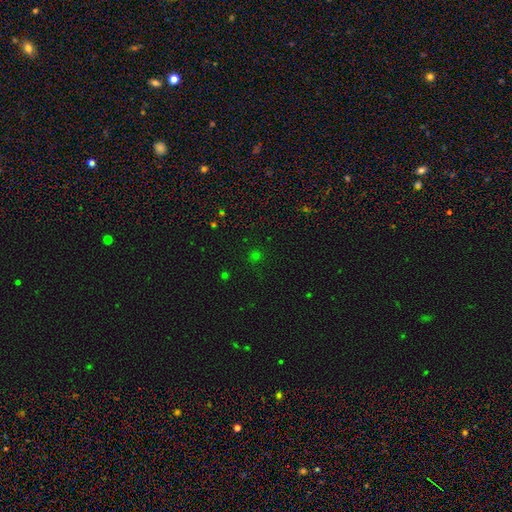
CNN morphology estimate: Smooth or featured? smooth (60%)
How rounded? round (91%)
Merging? none (86%)